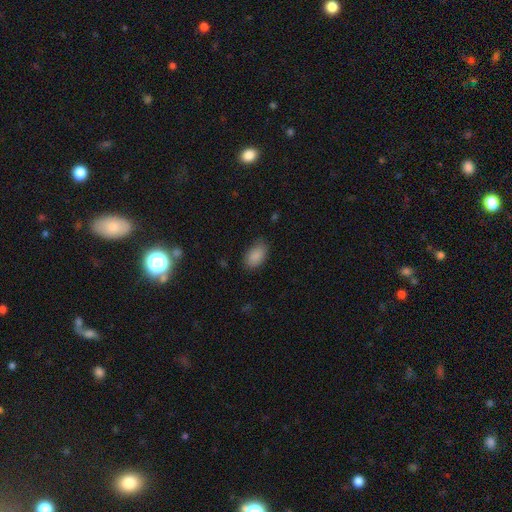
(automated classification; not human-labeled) Smooth or featured: smooth — 89% (star or artifact — 7%)
How rounded: in between — 93% (round — 6%)
Merging: none — 80% (minor disturbance — 15%)